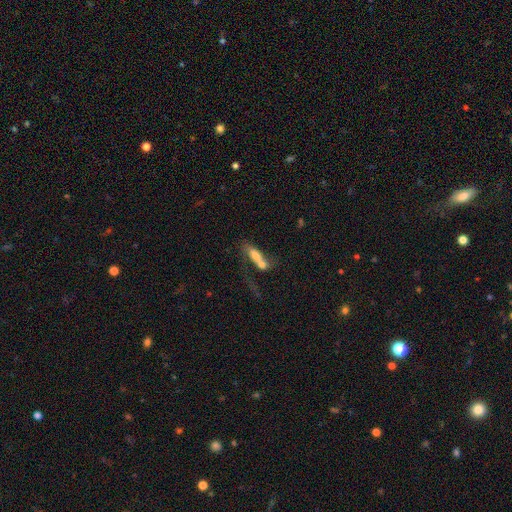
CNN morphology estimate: This appears to be a smooth galaxy with no disk features (61%) that is in between round and cigar-shaped (57%). Merging: merger (63%).